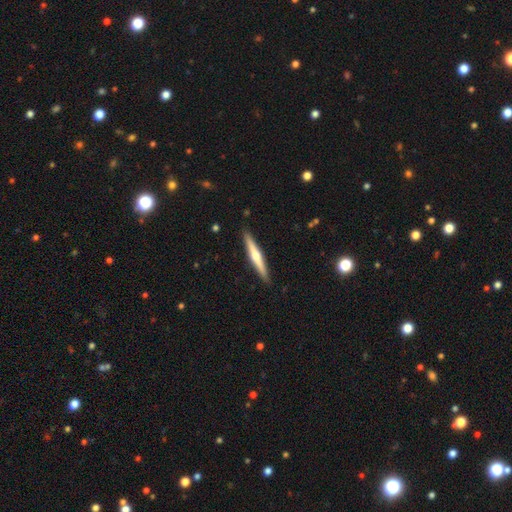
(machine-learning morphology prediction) smooth_or_featured: featured or disk (p=0.62) [alt: smooth p=0.33]
disk_edge_on: yes (p=0.98) [alt: no p=0.02]
edge_on_bulge: rounded (p=0.85) [alt: none p=0.10]
merging: none (p=0.91) [alt: minor disturbance p=0.07]